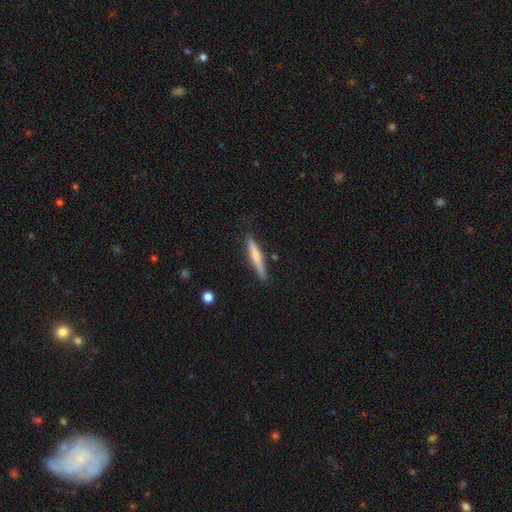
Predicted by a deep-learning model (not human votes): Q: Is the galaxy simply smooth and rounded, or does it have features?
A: smooth — 62%.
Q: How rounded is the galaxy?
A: cigar-shaped — 93%.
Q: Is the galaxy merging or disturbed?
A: none — 81%.